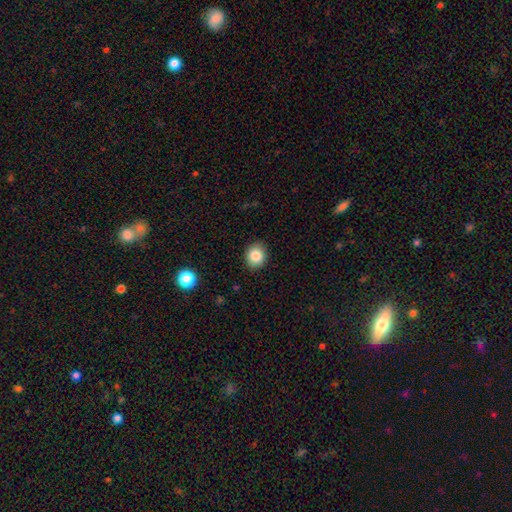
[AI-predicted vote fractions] Smooth or featured?
  - smooth: 85% *
  - star or artifact: 10%
  - featured or disk: 5%
How rounded?
  - round: 77% *
  - in between: 23%
  - cigar-shaped: 1%
Merging?
  - none: 89% *
  - minor disturbance: 8%
  - major disturbance: 2%
  - merger: 1%